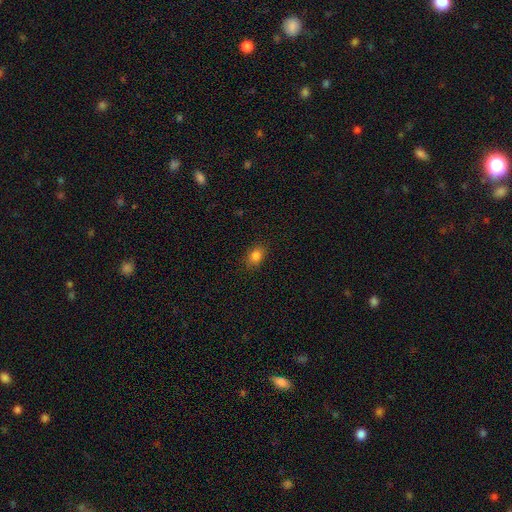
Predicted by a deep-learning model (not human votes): smooth 82%, star or artifact 12%, featured or disk 6%. Down the decision tree: how rounded — in between (69%); merging — none (86%).